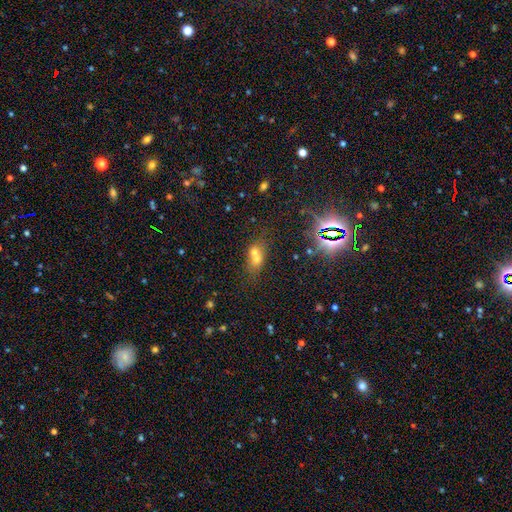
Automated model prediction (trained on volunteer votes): smooth-or-featured: smooth: 58% | featured or disk: 22% | star or artifact: 20%
  how-rounded: in between: 56% | round: 38% | cigar-shaped: 6%
  merging: merger: 61% | none: 27% | minor disturbance: 8% | major disturbance: 5%